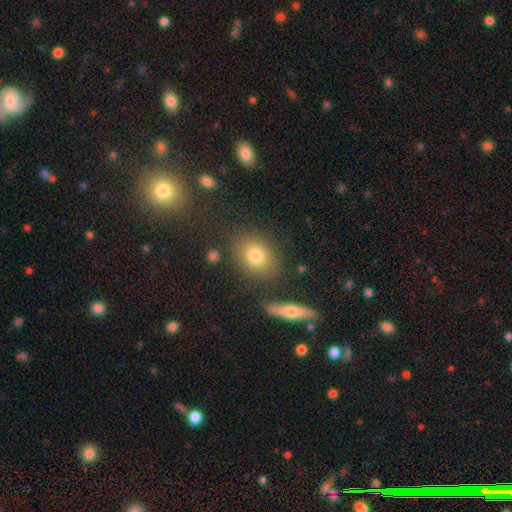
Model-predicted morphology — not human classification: Smooth or featured?
  - smooth: 76% *
  - featured or disk: 13%
  - star or artifact: 11%
How rounded?
  - in between: 56% *
  - round: 41%
  - cigar-shaped: 3%
Merging?
  - none: 81% *
  - minor disturbance: 11%
  - merger: 5%
  - major disturbance: 4%